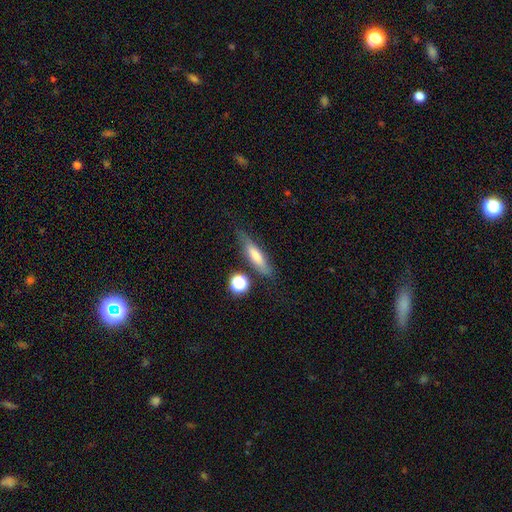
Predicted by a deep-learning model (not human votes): Smooth or featured? Predicted: smooth (p=0.57). How rounded? Predicted: cigar-shaped (p=0.73). Merging? Predicted: none (p=0.70).